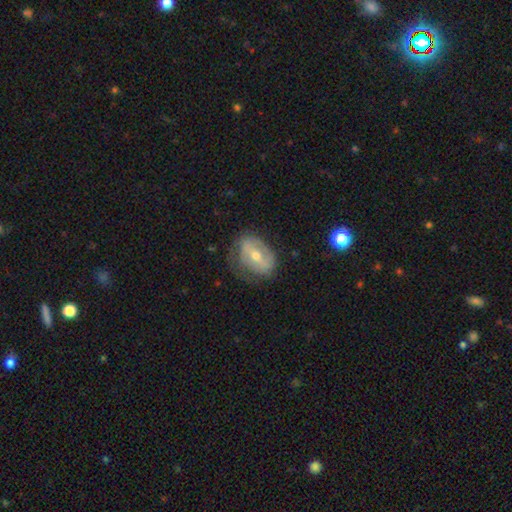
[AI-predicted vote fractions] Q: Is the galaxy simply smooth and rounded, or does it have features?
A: featured or disk — 67%.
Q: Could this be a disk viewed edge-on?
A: no — 94%.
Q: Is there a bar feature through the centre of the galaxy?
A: strong — 39%.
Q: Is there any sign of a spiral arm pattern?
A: yes — 60%.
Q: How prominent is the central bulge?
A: moderate — 59%.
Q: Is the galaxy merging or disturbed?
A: none — 61%.